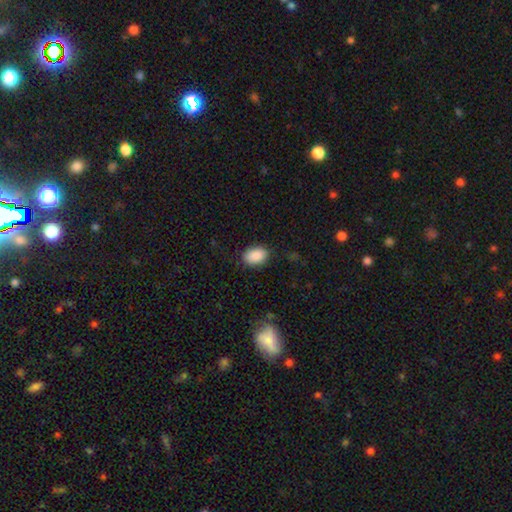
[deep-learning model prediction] Smooth or featured? smooth (89%)
How rounded? in between (83%)
Merging? none (84%)